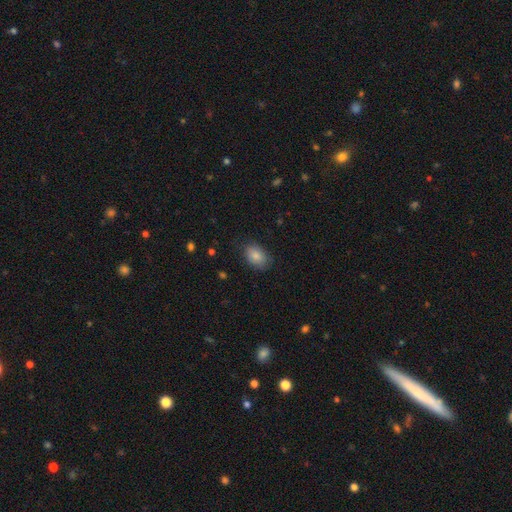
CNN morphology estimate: smooth 85%, star or artifact 8%, featured or disk 7%. Down the decision tree: how rounded — in between (79%); merging — none (79%).